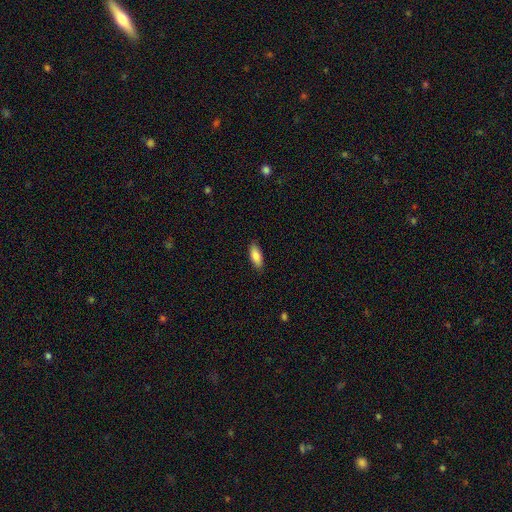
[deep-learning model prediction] A smooth galaxy with no disk features (86%) that is in between round and cigar-shaped (76%). Merging: none (87%).